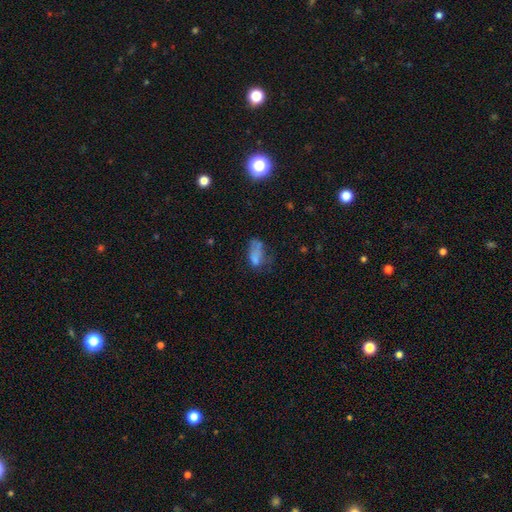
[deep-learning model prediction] Overall: smooth (65%). How rounded: in between (86%). Merging: major disturbance (36%; none 28%).